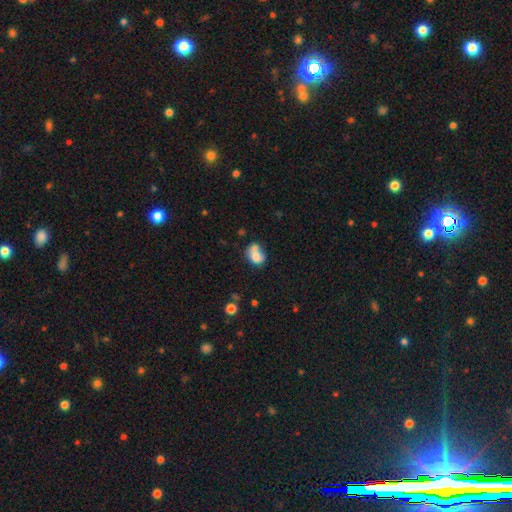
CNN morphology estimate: smooth 71%, featured or disk 20%, star or artifact 10%. Down the decision tree: how rounded — in between (62%); merging — merger (45%).